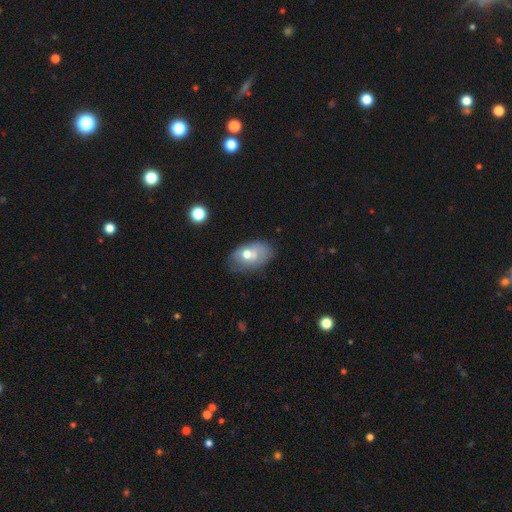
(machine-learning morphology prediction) smooth-or-featured: smooth: 50% | featured or disk: 40% | star or artifact: 10%
  how-rounded: in between: 84% | round: 15% | cigar-shaped: 1%
  merging: none: 54% | minor disturbance: 27% | major disturbance: 12% | merger: 7%